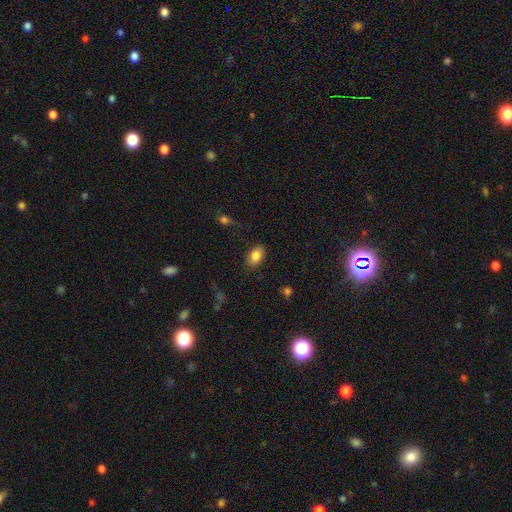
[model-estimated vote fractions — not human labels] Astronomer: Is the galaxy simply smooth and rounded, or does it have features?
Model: smooth — 85%.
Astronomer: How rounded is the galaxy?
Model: in between — 89%.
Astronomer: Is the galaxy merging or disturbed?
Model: none — 83%.